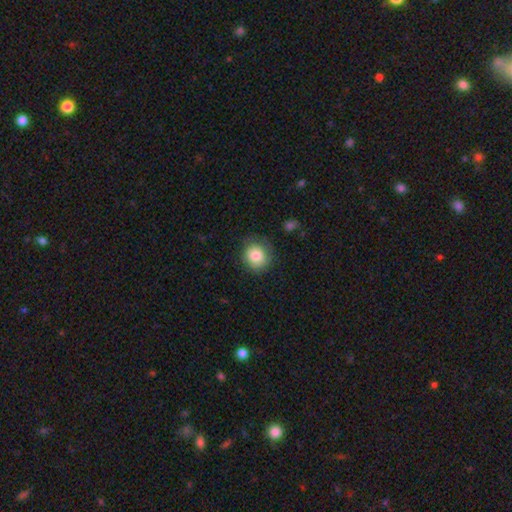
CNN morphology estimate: smooth 81%, featured or disk 10%, star or artifact 9%. Down the decision tree: how rounded — round (85%); merging — none (77%).